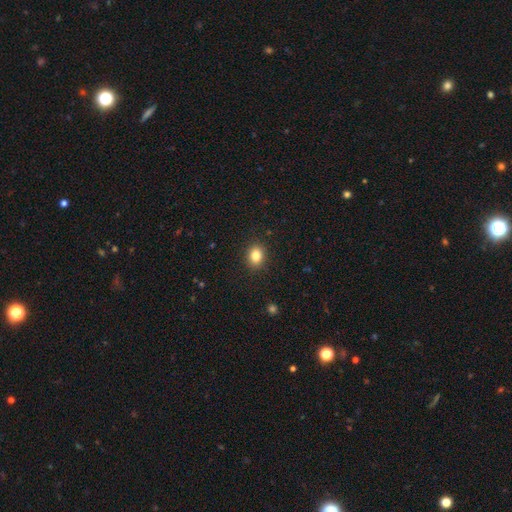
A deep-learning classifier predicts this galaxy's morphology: This is clearly a smooth galaxy (84%). How rounded: possibly round (50%, tied with in between). Merging: clearly none (90%).